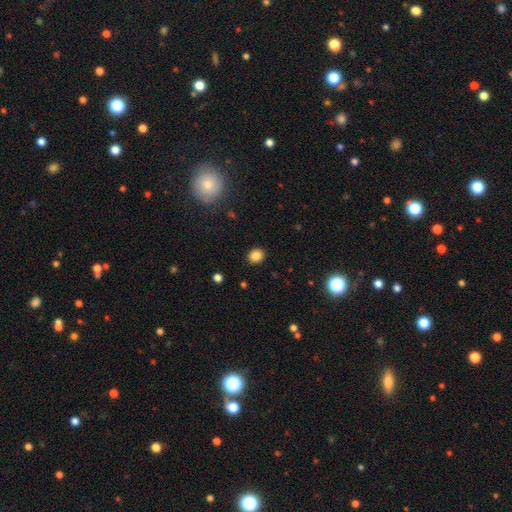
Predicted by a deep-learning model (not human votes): smooth_or_featured: smooth (p=0.85) [alt: star or artifact p=0.11]
how_rounded: round (p=0.71) [alt: in between p=0.28]
merging: none (p=0.90) [alt: minor disturbance p=0.07]